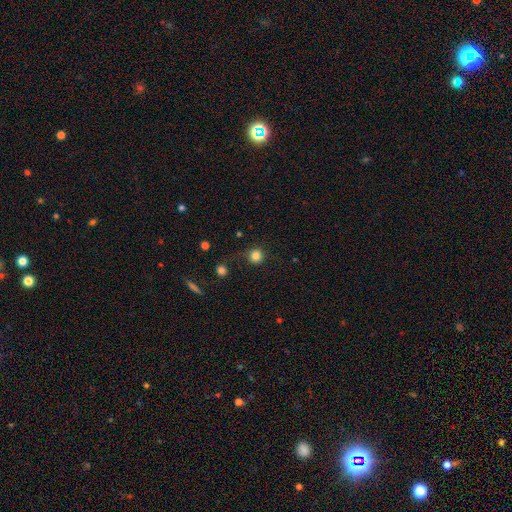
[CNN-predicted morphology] Q: Smooth or featured?
A: smooth (83%); runner-up: star or artifact (12%)
Q: How rounded?
A: round (93%); runner-up: in between (6%)
Q: Merging?
A: none (78%); runner-up: minor disturbance (13%)